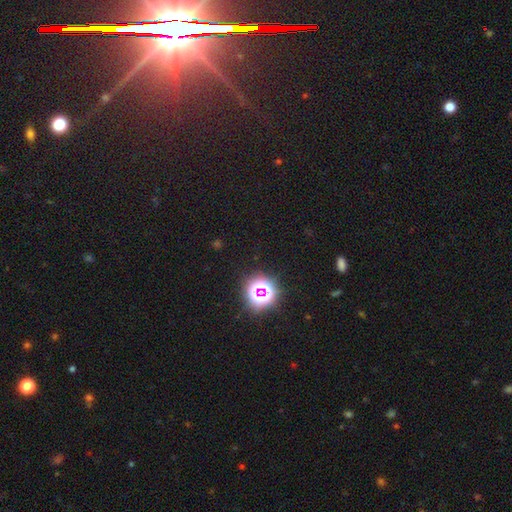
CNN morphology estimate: This appears to be a star or artifact, not a galaxy (78%).